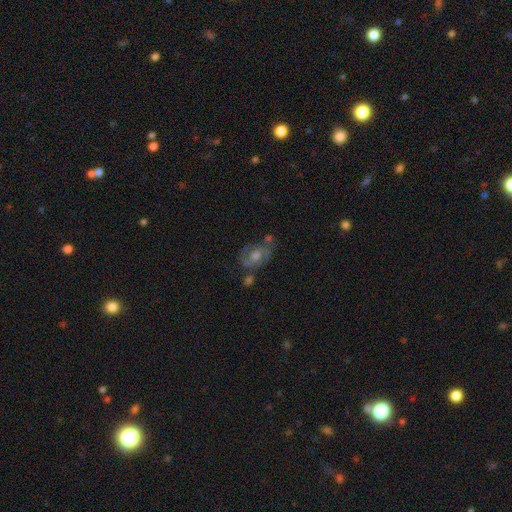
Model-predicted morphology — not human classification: This appears to be a featured or disk galaxy (69%) with no bar (59%), 2 (68%) medium (46%) spiral arms (80%) and a moderate central bulge (65%). Merging: none (58%).